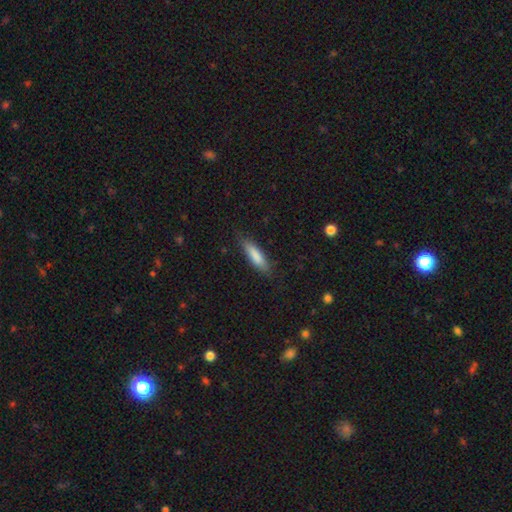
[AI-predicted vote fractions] smooth_or_featured: smooth (p=0.83) [alt: featured or disk p=0.11]
how_rounded: cigar-shaped (p=0.60) [alt: in between p=0.38]
merging: none (p=0.80) [alt: minor disturbance p=0.15]